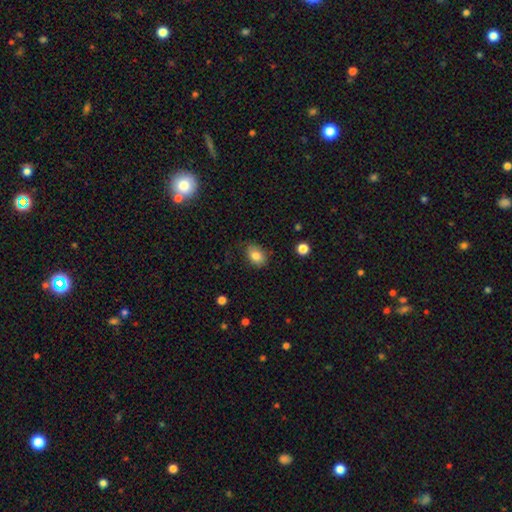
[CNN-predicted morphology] type=smooth (83%); roundness=in between (74%); merging=none (71%).